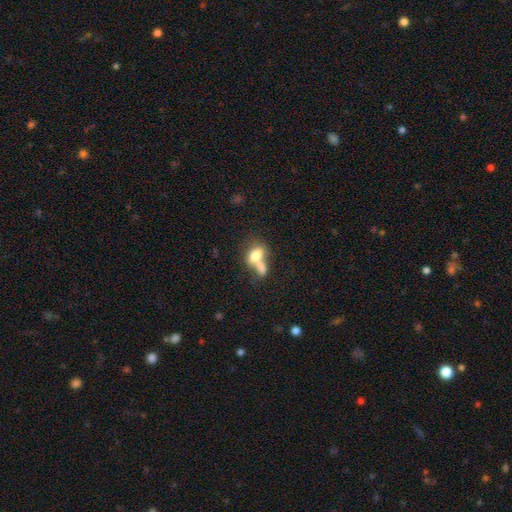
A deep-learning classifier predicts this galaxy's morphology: Smooth or featured: smooth — 72% (featured or disk — 19%)
How rounded: in between — 77% (round — 18%)
Merging: merger — 63% (none — 20%)